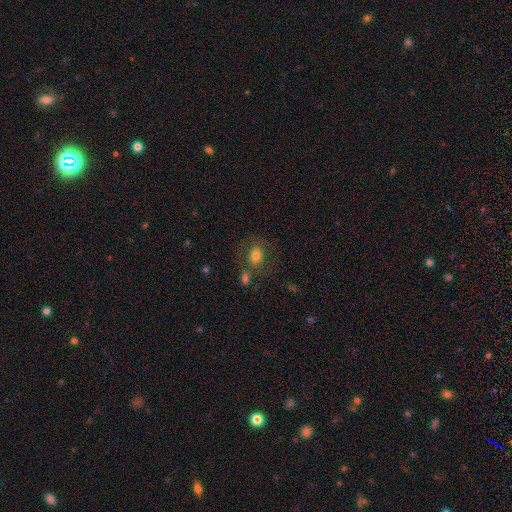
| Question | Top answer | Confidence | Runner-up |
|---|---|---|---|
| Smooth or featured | smooth | 82% | featured or disk (10%) |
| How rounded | round | 59% | in between (41%) |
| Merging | none | 56% | minor disturbance (19%) |